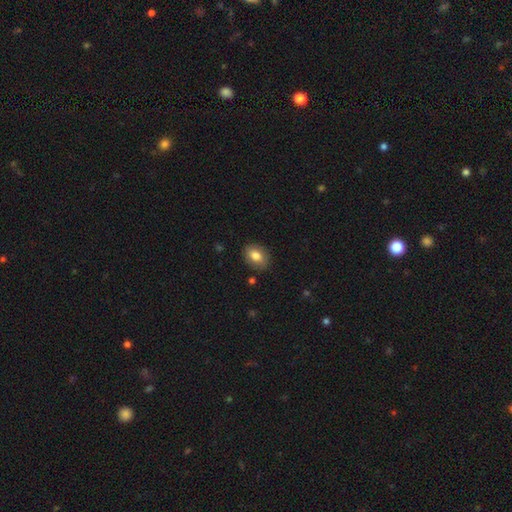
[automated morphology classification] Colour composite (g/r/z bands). It shows a smooth galaxy with no disk features (81%) that is in between round and cigar-shaped (77%). Merging: none (85%).